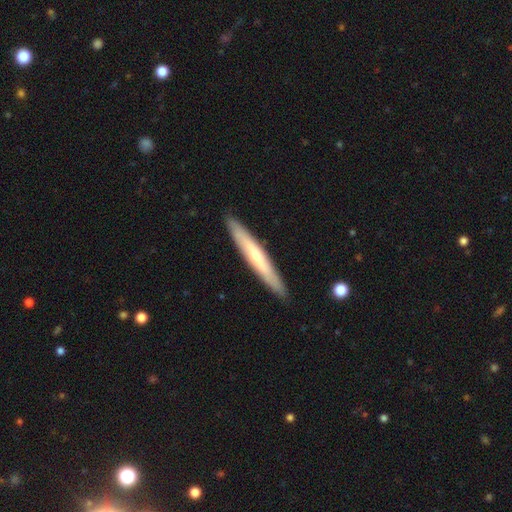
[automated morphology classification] type=featured or disk (48%); merging=none (91%).